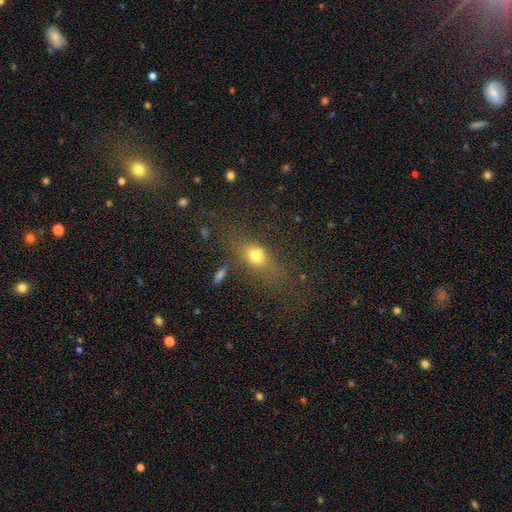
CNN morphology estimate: Smooth or featured? smooth (68%)
How rounded? in between (64%)
Merging? none (55%)